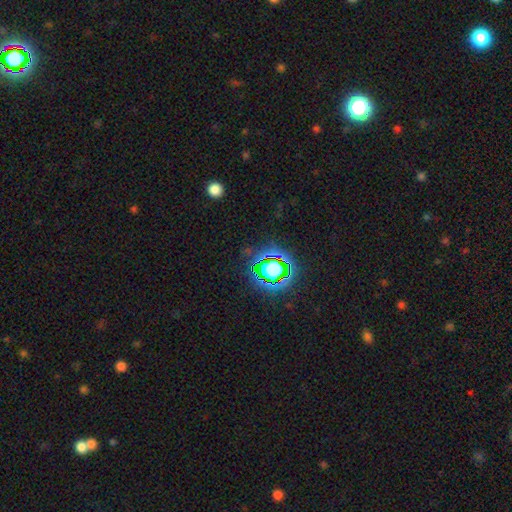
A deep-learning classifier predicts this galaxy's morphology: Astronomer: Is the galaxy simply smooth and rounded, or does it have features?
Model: star or artifact — 79%.